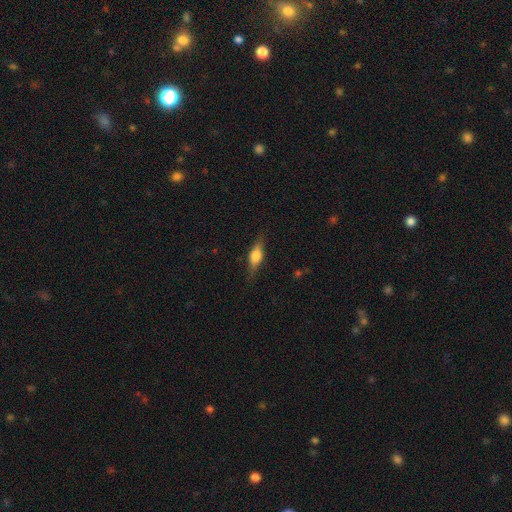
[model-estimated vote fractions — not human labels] smooth-or-featured: smooth: 50% | featured or disk: 42% | star or artifact: 8%
  merging: none: 81% | minor disturbance: 14% | major disturbance: 4% | merger: 1%